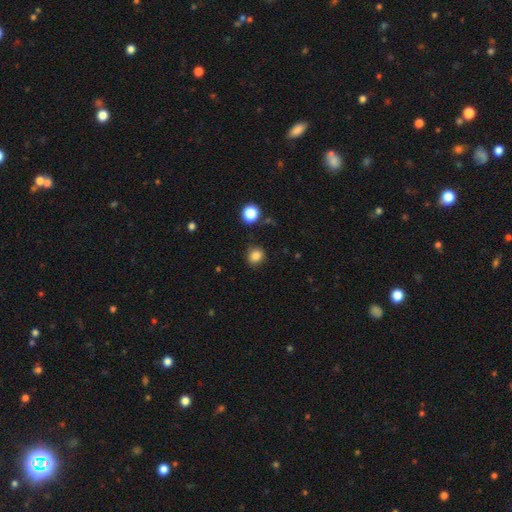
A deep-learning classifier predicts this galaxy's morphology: smooth-or-featured: smooth: 84% | star or artifact: 12% | featured or disk: 4%
  how-rounded: round: 79% | in between: 20% | cigar-shaped: 1%
  merging: none: 85% | minor disturbance: 10% | major disturbance: 3% | merger: 2%